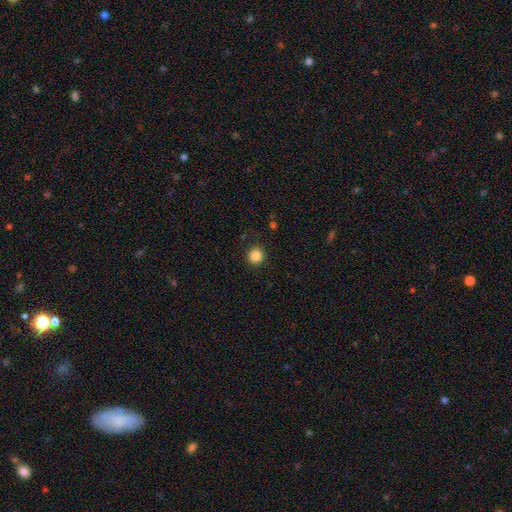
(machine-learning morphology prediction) smooth-or-featured: smooth: 86% | star or artifact: 11% | featured or disk: 3%
  how-rounded: round: 93% | in between: 6% | cigar-shaped: 1%
  merging: none: 90% | minor disturbance: 6% | major disturbance: 2% | merger: 1%